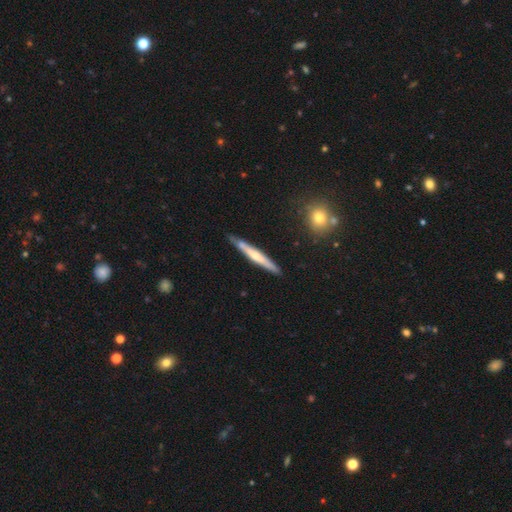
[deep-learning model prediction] Smooth or featured? featured or disk (54%)
Edge-on disk? yes (94%)
Edge-on bulge? rounded (51%)
Merging? none (82%)